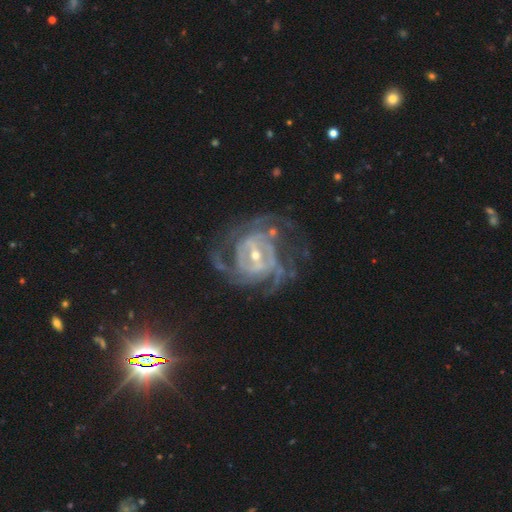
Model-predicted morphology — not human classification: Smooth or featured?
  - featured or disk: 90% *
  - star or artifact: 6%
  - smooth: 4%
Edge-on disk?
  - no: 97% *
  - yes: 3%
Bar?
  - strong: 40% * (tied)
  - weak: 40% * (tied)
  - no: 19%
Spiral arms?
  - yes: 95% *
  - no: 5%
Spiral winding?
  - tight: 49% *
  - medium: 40%
  - loose: 11%
Spiral arm count?
  - can't tell: 25% *
  - 3: 23%
  - 2: 22%
  - 4: 17%
  - more than 4: 7%
  - 1: 6%
Bulge size?
  - small: 58% *
  - moderate: 38%
  - large: 2%
  - none: 1%
  - dominant: 1%
Merging?
  - none: 60% *
  - major disturbance: 20%
  - minor disturbance: 18%
  - merger: 2%